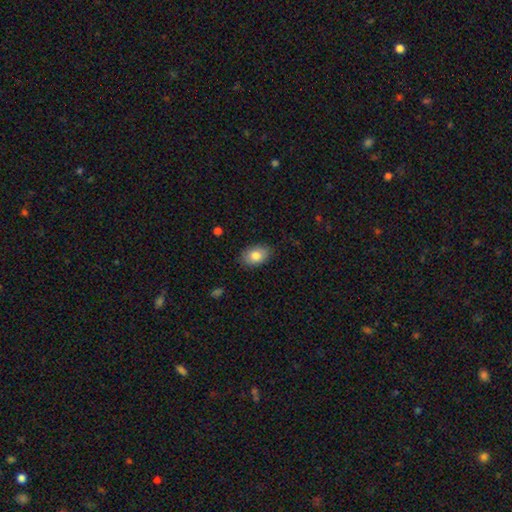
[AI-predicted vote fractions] Overall: smooth (82%). How rounded: in between (87%). Merging: none (83%).